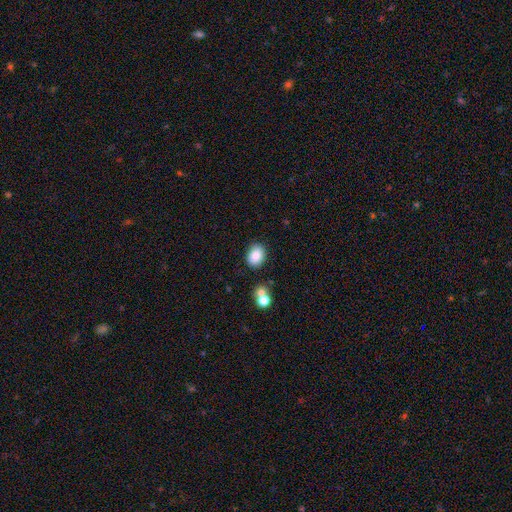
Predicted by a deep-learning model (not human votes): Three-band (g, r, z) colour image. It shows a smooth galaxy with no disk features (86%) that is in between round and cigar-shaped (69%). Merging: none (81%).